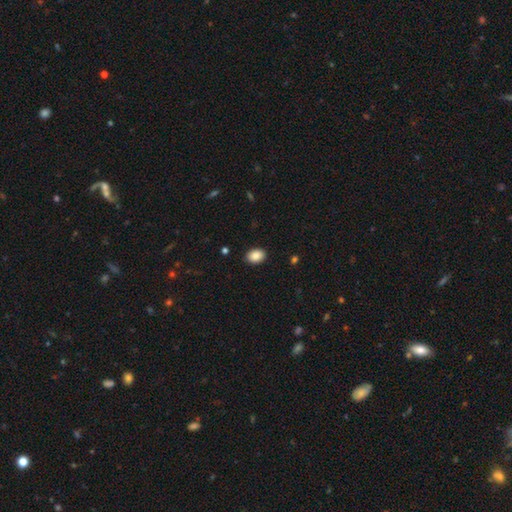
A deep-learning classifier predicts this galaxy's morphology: Smooth or featured? Predicted: smooth (p=0.88). How rounded? Predicted: in between (p=0.74). Merging? Predicted: none (p=0.90).